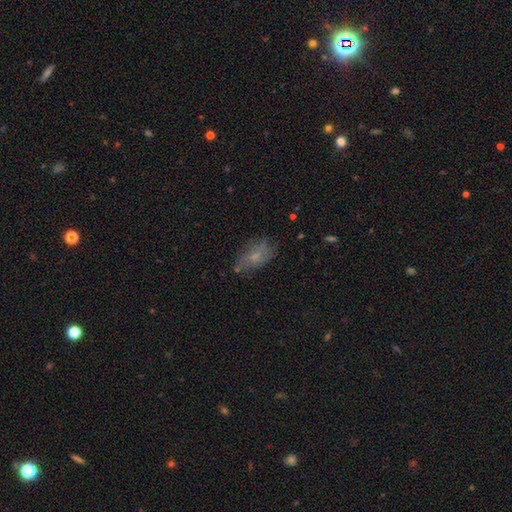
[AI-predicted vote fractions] Smooth or featured? smooth (58%)
How rounded? in between (86%)
Merging? none (62%)